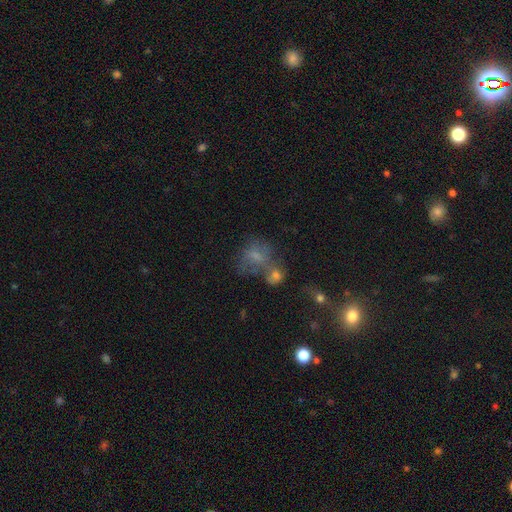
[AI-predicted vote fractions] This is possibly a smooth galaxy (53%). How rounded: possibly in between (55%). Merging: possibly merger (46%).